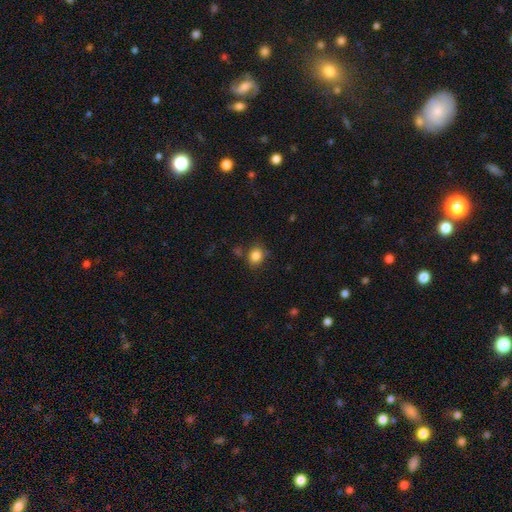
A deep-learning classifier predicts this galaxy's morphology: A smooth galaxy with no disk features (84%) that is round (66%). Merging: none (77%).